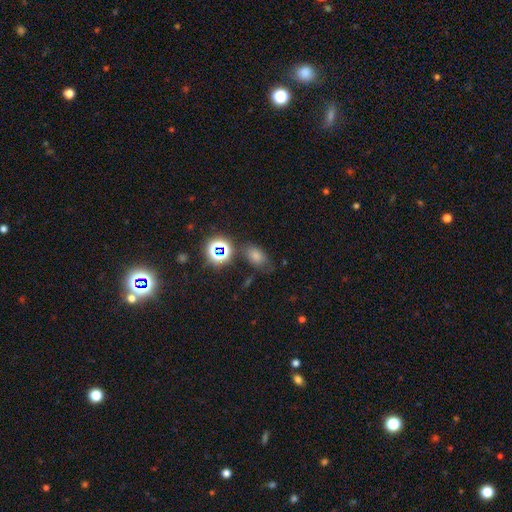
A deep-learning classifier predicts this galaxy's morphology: Smooth or featured?
  - smooth: 50% *
  - star or artifact: 40%
  - featured or disk: 10%
Merging?
  - none: 72% *
  - minor disturbance: 17%
  - merger: 6%
  - major disturbance: 6%